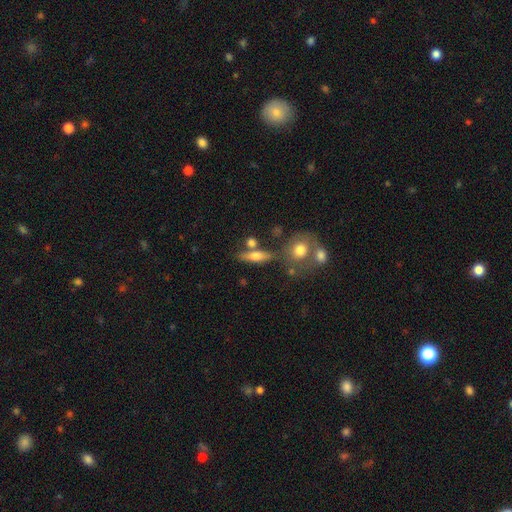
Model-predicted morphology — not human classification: type=smooth (62%); roundness=cigar-shaped (52%); merging=none (65%).